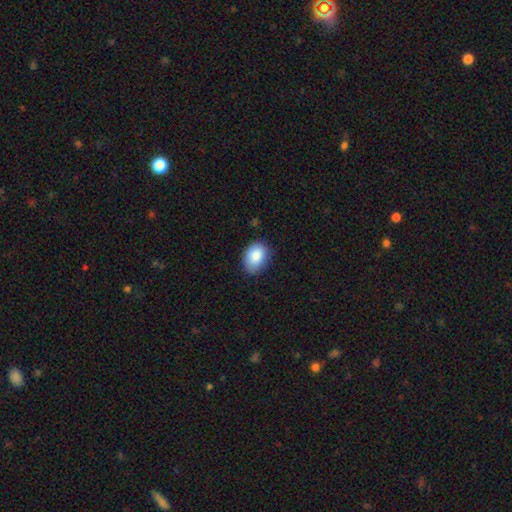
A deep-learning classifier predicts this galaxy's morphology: Smooth or featured? Predicted: smooth (p=0.86). How rounded? Predicted: in between (p=0.77). Merging? Predicted: none (p=0.75).